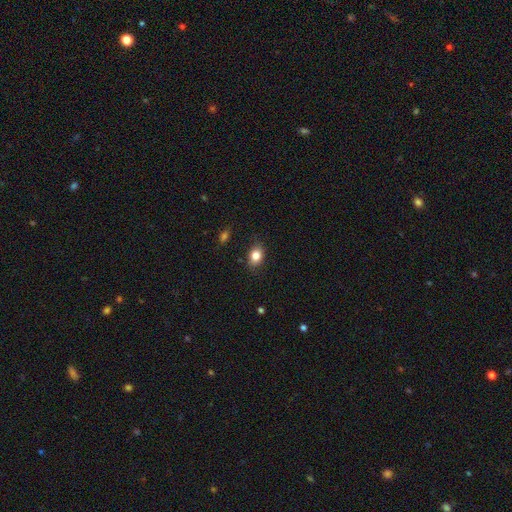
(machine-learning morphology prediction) type=smooth (83%); roundness=in between (70%); merging=none (83%).